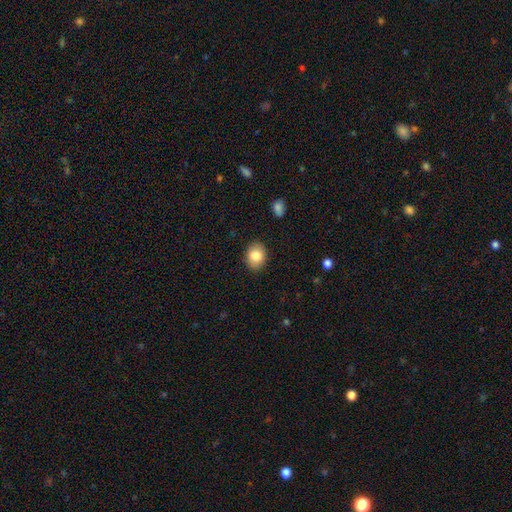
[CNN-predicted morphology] type=smooth (84%); roundness=in between (62%); merging=none (88%).